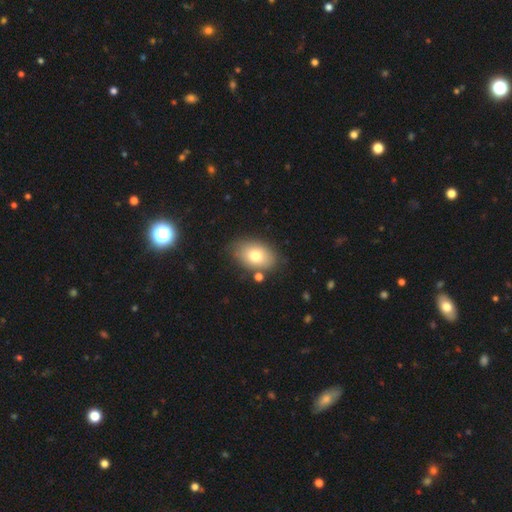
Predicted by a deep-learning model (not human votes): Q: Smooth or featured?
A: smooth (75%); runner-up: featured or disk (16%)
Q: How rounded?
A: in between (86%); runner-up: round (13%)
Q: Merging?
A: none (79%); runner-up: minor disturbance (13%)